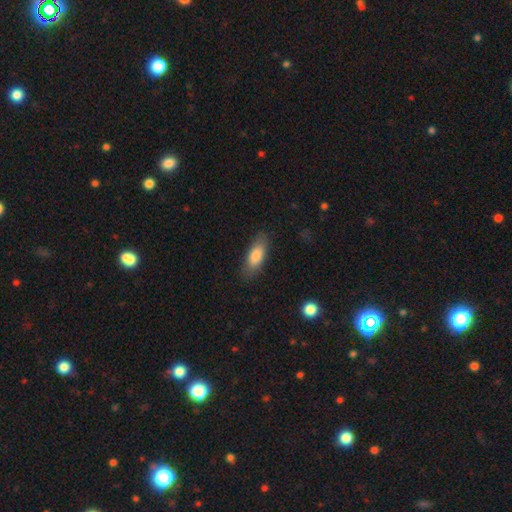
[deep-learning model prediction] A smooth galaxy with no disk features (82%) that is in between round and cigar-shaped (73%). Merging: none (83%).